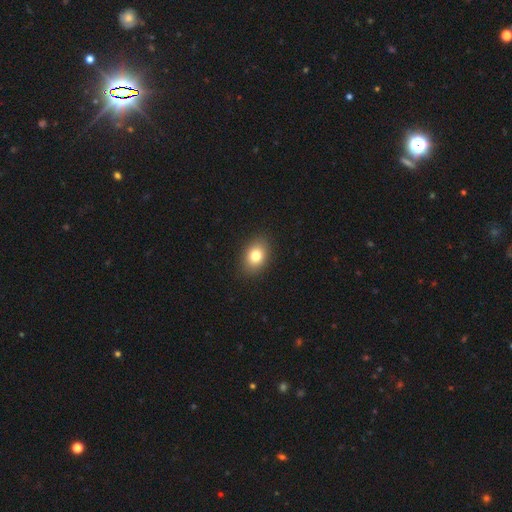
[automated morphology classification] smooth 80%, featured or disk 10%, star or artifact 10%. Down the decision tree: how rounded — in between (75%); merging — none (89%).